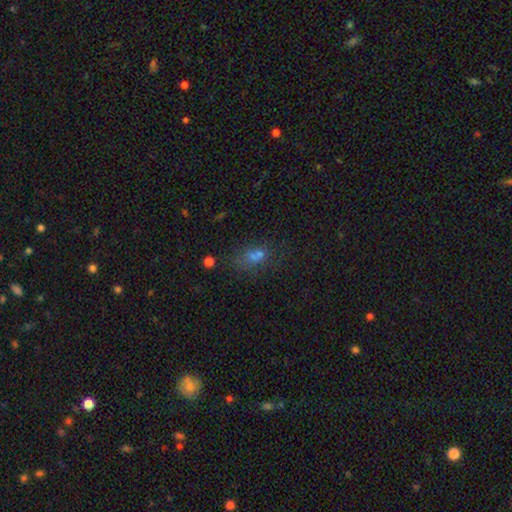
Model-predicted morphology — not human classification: Smooth or featured: smooth — 54% (star or artifact — 30%)
How rounded: in between — 55% (round — 40%)
Merging: none — 43% (merger — 32%)